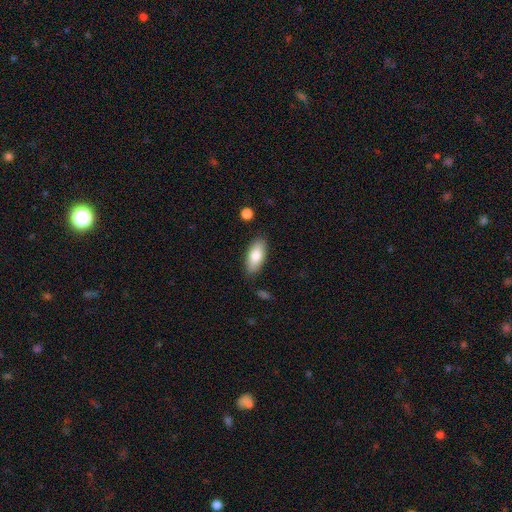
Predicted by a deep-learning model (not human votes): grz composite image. It shows a smooth galaxy with no disk features (80%) that is in between round and cigar-shaped (84%). Merging: none (85%).